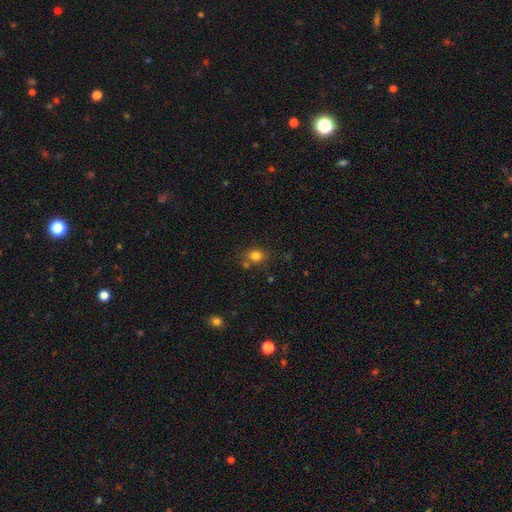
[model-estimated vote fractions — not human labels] Smooth or featured?
  - smooth: 79% *
  - star or artifact: 13%
  - featured or disk: 7%
How rounded?
  - round: 62% *
  - in between: 36%
  - cigar-shaped: 1%
Merging?
  - none: 69% *
  - minor disturbance: 14%
  - merger: 13%
  - major disturbance: 4%